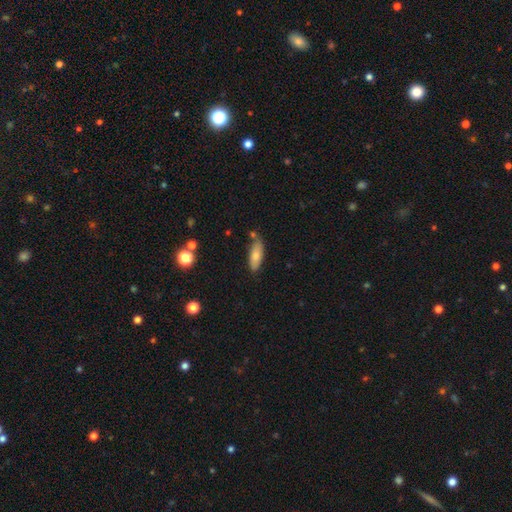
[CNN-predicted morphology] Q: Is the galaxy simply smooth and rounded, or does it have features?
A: smooth — 76%.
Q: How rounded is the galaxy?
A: in between — 67%.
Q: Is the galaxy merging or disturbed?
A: none — 70%.